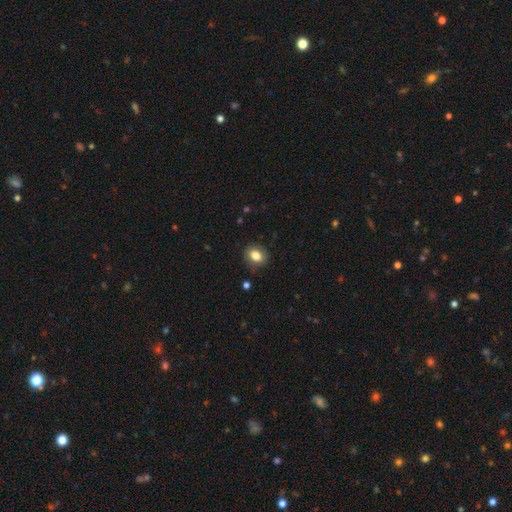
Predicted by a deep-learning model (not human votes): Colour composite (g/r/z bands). It shows a smooth galaxy with no disk features (82%) that is in between round and cigar-shaped (54%). Merging: none (83%).